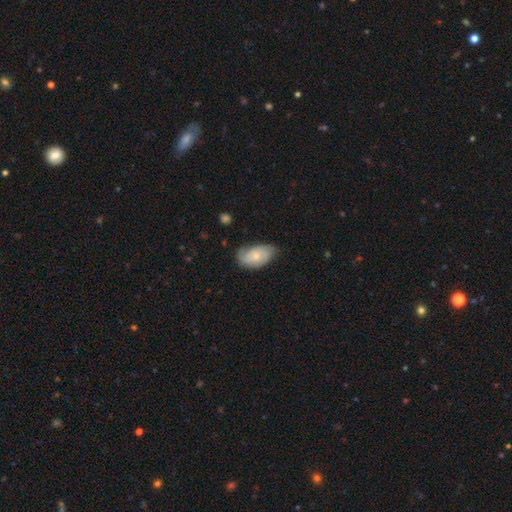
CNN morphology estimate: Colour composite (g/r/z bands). It shows a smooth galaxy with no disk features (53%) that is in between round and cigar-shaped (92%). Merging: none (60%).